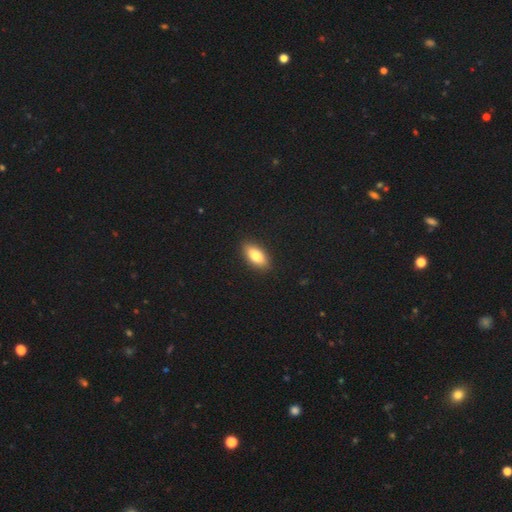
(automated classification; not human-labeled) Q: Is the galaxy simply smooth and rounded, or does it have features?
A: smooth — 81%.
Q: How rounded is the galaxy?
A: in between — 87%.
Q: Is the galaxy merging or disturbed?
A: none — 90%.